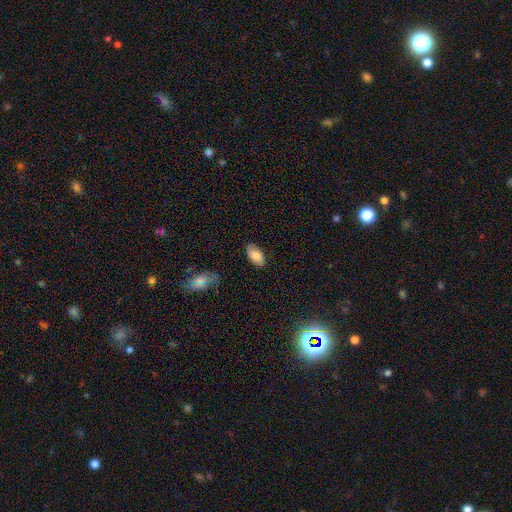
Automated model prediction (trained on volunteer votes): This appears to be a smooth galaxy with no disk features (77%) that is in between round and cigar-shaped (94%). Merging: none (79%).